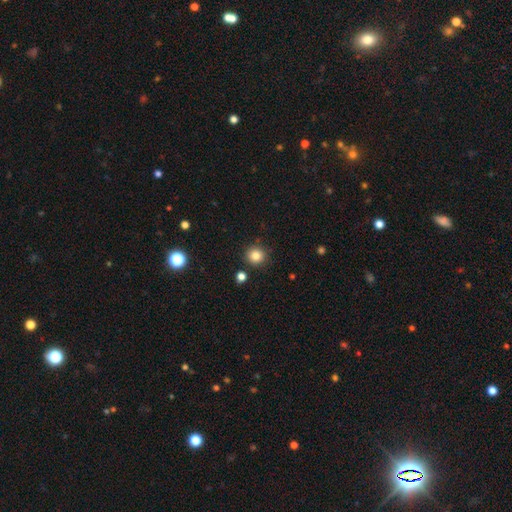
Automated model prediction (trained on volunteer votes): smooth-or-featured: smooth: 83% | star or artifact: 12% | featured or disk: 5%
  how-rounded: round: 93% | in between: 6% | cigar-shaped: 1%
  merging: none: 89% | minor disturbance: 6% | merger: 3% | major disturbance: 2%